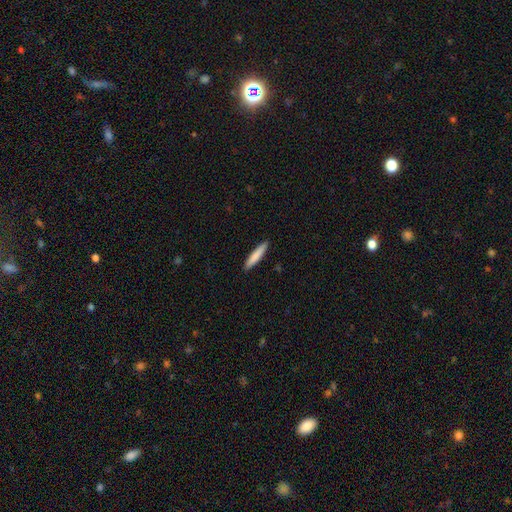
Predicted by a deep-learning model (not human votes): smooth_or_featured: smooth (p=0.82) [alt: featured or disk p=0.12]
how_rounded: cigar-shaped (p=0.91) [alt: in between p=0.08]
merging: none (p=0.91) [alt: minor disturbance p=0.07]